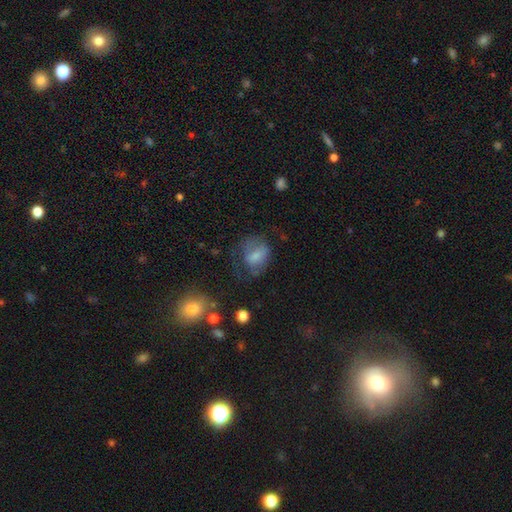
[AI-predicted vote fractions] Q: Smooth or featured?
A: smooth (59%); runner-up: featured or disk (31%)
Q: How rounded?
A: in between (60%); runner-up: round (39%)
Q: Merging?
A: none (41%); runner-up: major disturbance (30%)